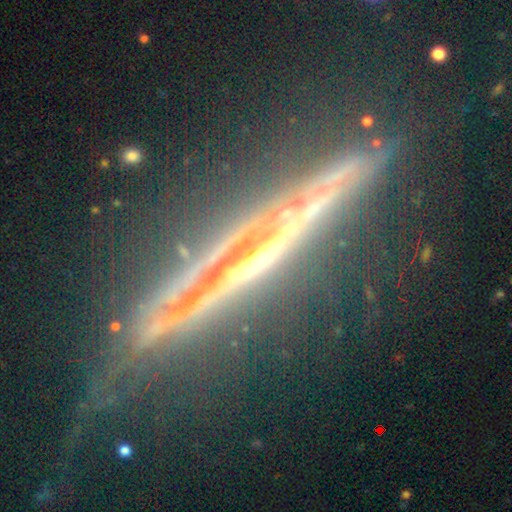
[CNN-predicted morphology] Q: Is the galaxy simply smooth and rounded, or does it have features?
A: featured or disk — 66%.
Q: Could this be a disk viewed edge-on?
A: yes — 79%.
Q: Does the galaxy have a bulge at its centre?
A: rounded — 53%.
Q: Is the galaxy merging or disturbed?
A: none — 72%.